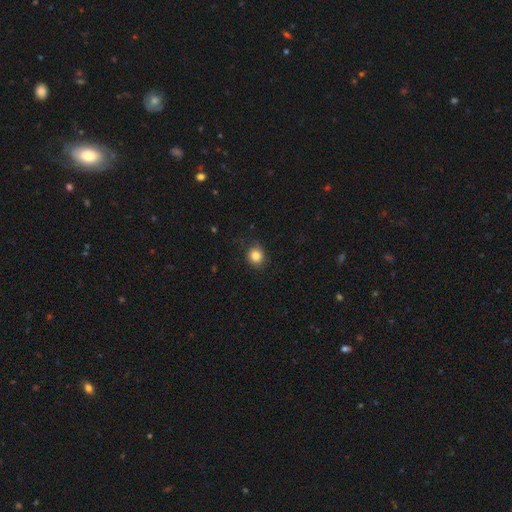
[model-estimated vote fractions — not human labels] Smooth or featured? Predicted: smooth (p=0.83). How rounded? Predicted: round (p=0.80). Merging? Predicted: none (p=0.82).